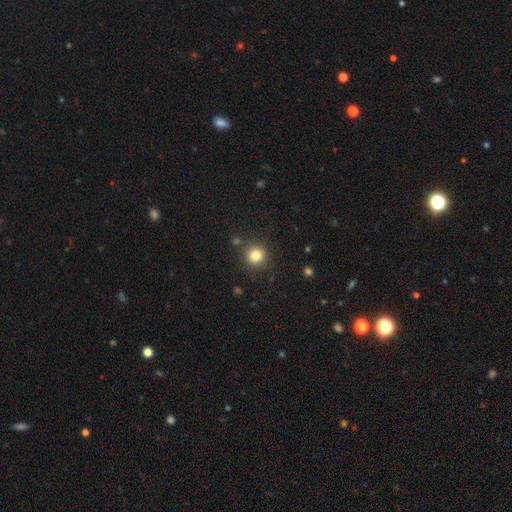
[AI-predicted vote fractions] A smooth galaxy with no disk features (82%) that is round (93%). Merging: none (86%).